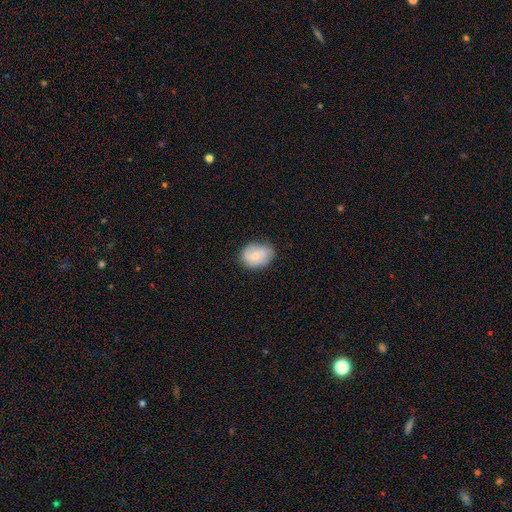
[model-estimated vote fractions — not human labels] This is likely a smooth galaxy (63%). How rounded: likely in between (63%). Merging: likely none (73%).